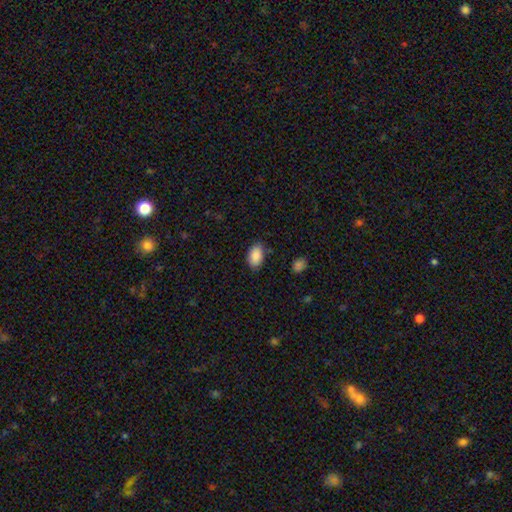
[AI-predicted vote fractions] smooth_or_featured: smooth (p=0.89) [alt: star or artifact p=0.07]
how_rounded: in between (p=0.93) [alt: round p=0.06]
merging: none (p=0.81) [alt: minor disturbance p=0.14]